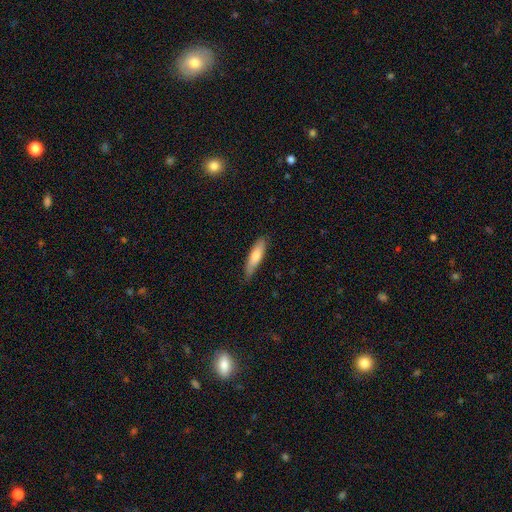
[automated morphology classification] Smooth or featured? smooth (72%)
How rounded? cigar-shaped (74%)
Merging? none (78%)